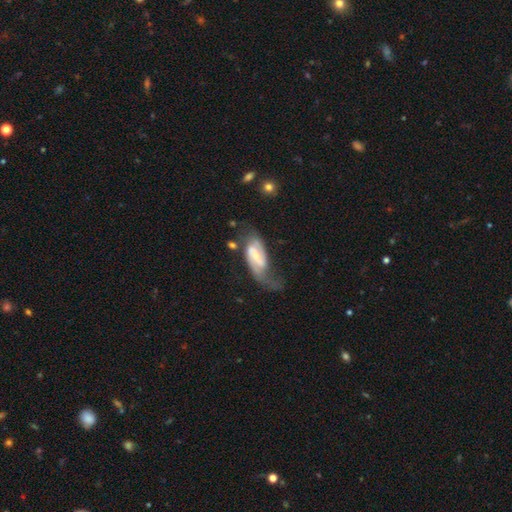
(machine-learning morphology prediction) Smooth or featured: featured or disk — 79% (smooth — 16%)
Edge-on disk: no — 95% (yes — 5%)
Bar: weak — 43% (strong — 41%)
Spiral arms: yes — 92% (no — 8%)
Spiral winding: medium — 42% (loose — 38%)
Spiral arm count: 2 — 77% (1 — 13%)
Bulge size: small — 52% (moderate — 34%)
Merging: none — 38% (major disturbance — 33%)